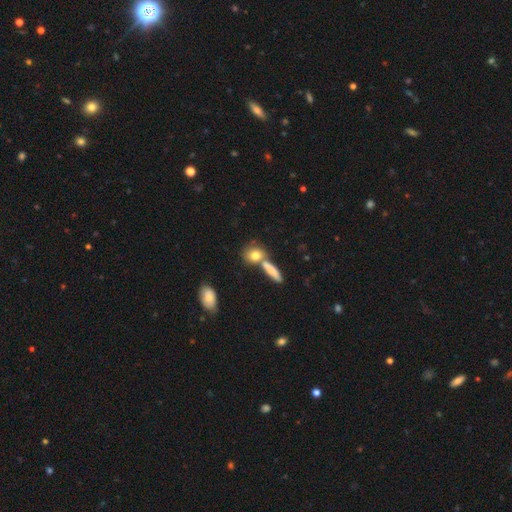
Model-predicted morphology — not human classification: Overall: smooth (76%). How rounded: round (50%; in between 38%). Merging: none (50%; merger 35%).